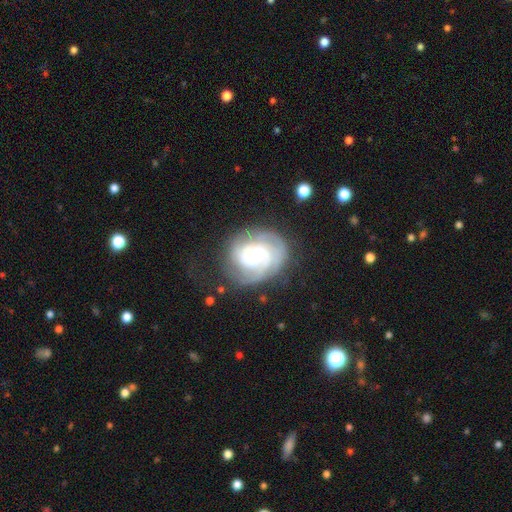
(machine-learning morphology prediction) Overall: featured or disk (86%). Edge-on disk: no (98%). Bar: no (48%; weak 42%). Spiral arms: yes (97%). Spiral arm count: 2 (48%; can't tell 20%). Spiral winding: tight (67%; medium 28%). Bulge size: small (61%; moderate 31%). Merging: none (70%).